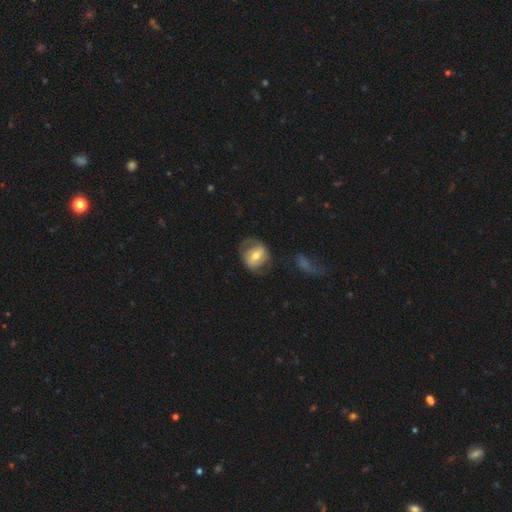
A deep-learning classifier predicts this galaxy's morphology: This is possibly a featured or disk galaxy (51%). It is clearly not viewed edge-on (95%). Merging: possibly none (55%).